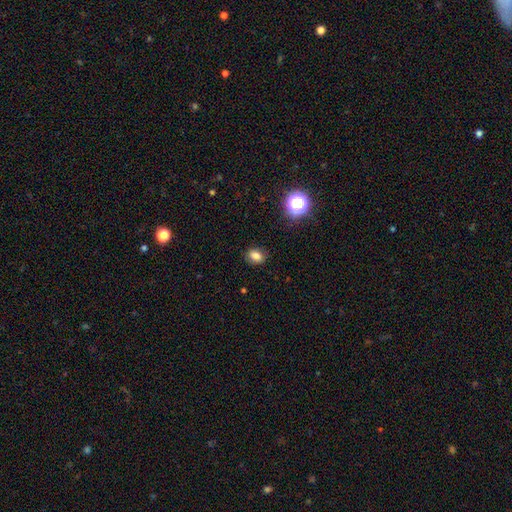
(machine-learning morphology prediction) The model was most divided on "how rounded": in between: 61%, round: 37%, cigar-shaped: 1%. More confident: merging — none (86%); smooth or featured — smooth (79%).